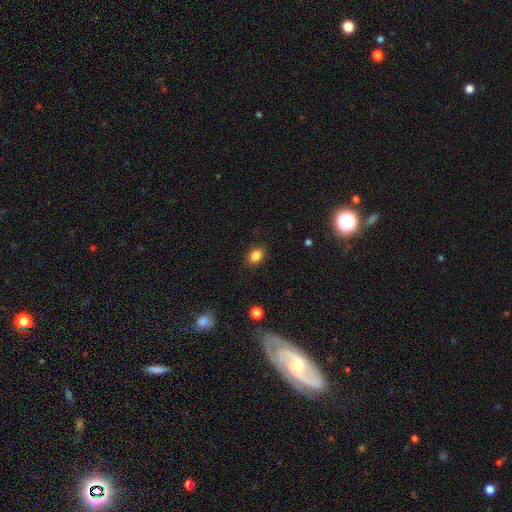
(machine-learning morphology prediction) This is clearly a smooth galaxy (85%). How rounded: likely in between (66%). Merging: clearly none (86%).